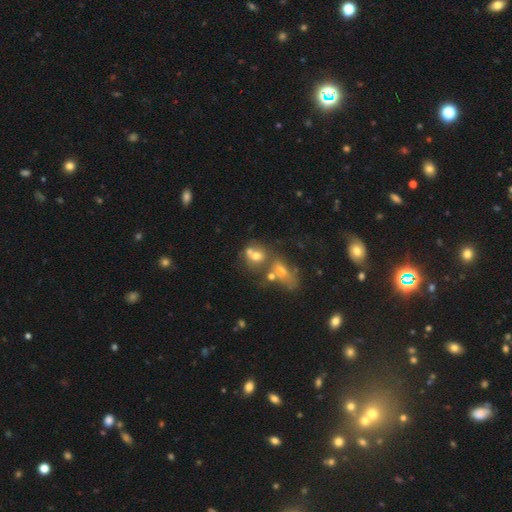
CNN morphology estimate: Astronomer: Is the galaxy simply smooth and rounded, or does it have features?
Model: smooth — 57%.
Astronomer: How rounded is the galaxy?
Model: round — 55% (runner-up: in between, 43%).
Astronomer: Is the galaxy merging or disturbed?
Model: merger — 55%.